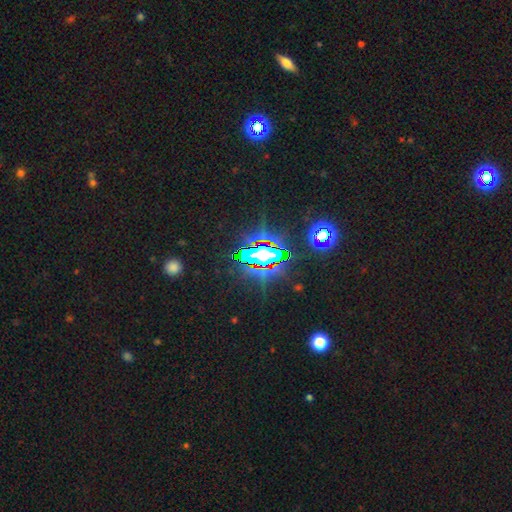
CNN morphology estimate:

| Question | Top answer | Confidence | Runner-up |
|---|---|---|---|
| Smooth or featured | star or artifact | 81% | smooth (10%) |